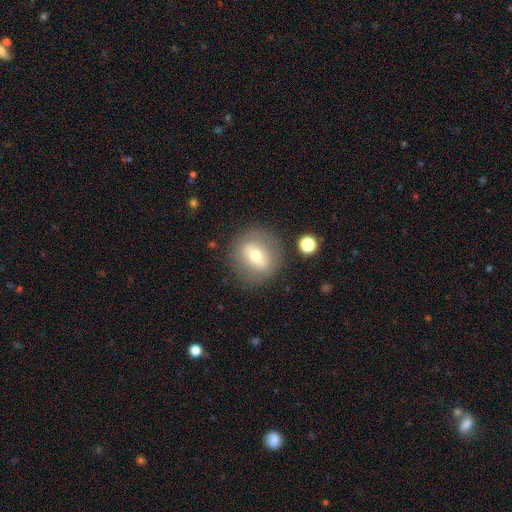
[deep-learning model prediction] The model was most divided on "smooth or featured": smooth: 55%, featured or disk: 36%, star or artifact: 9%. More confident: merging — none (82%); how rounded — round (77%).